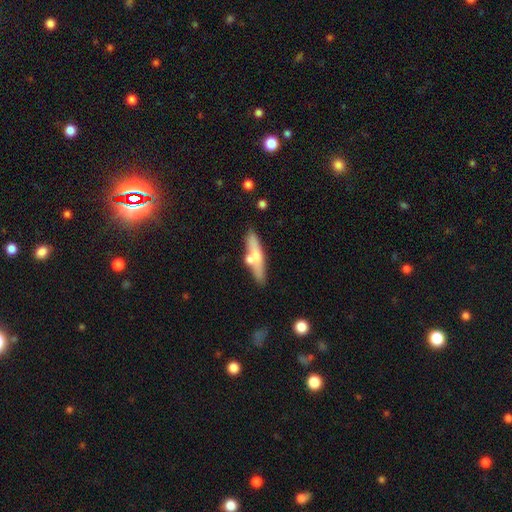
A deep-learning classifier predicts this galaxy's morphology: smooth-or-featured: smooth: 51% | featured or disk: 43% | star or artifact: 6%
  how-rounded: cigar-shaped: 81% | in between: 16% | round: 2%
  merging: none: 69% | merger: 14% | minor disturbance: 14% | major disturbance: 3%